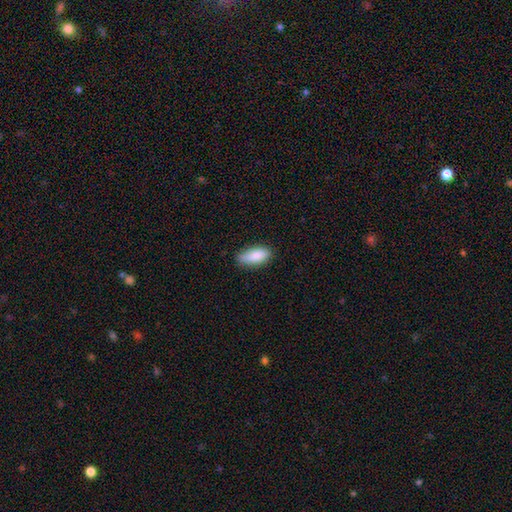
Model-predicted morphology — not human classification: Smooth or featured? smooth (87%)
How rounded? in between (79%)
Merging? none (79%)